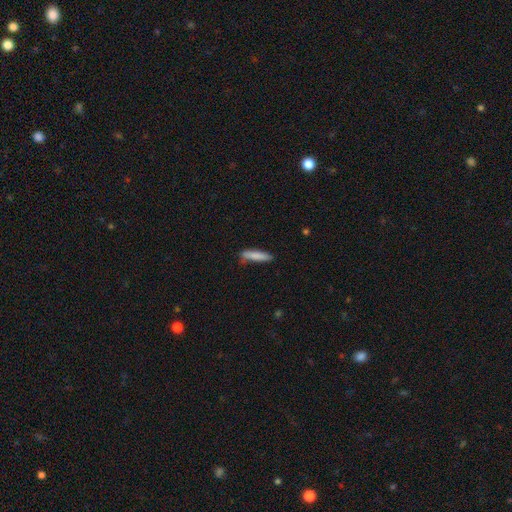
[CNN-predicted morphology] A smooth galaxy with no disk features (83%) that is cigar-shaped (83%).

Vote fractions:
- Smooth or featured? smooth: 83% / featured or disk: 11% / star or artifact: 6%
- How rounded? cigar-shaped: 83% / in between: 16% / round: 1%
- Merging? none: 75% / minor disturbance: 19% / major disturbance: 3% / merger: 2%